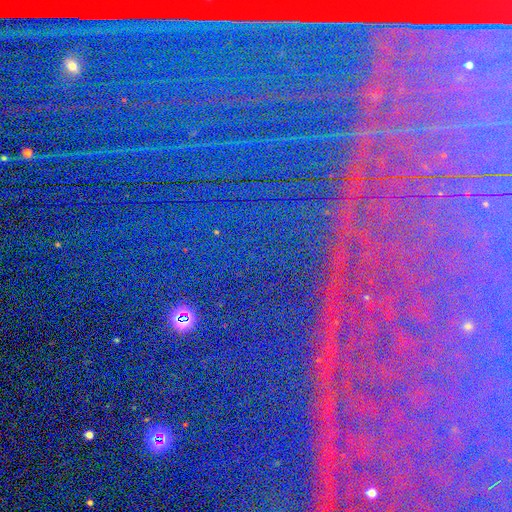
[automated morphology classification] type=star or artifact (84%).